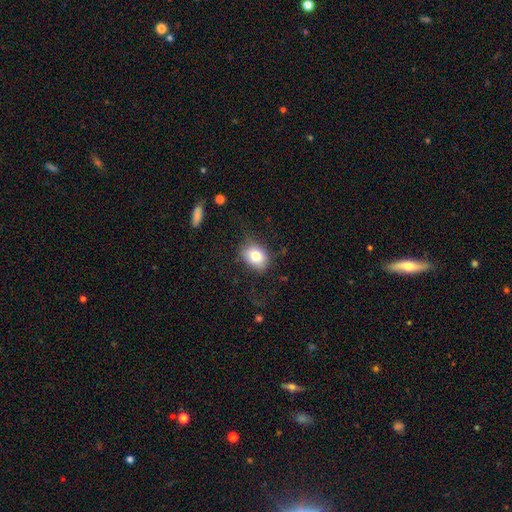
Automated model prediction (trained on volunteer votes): smooth 78%, featured or disk 13%, star or artifact 10%. Down the decision tree: how rounded — in between (64%); merging — none (70%).